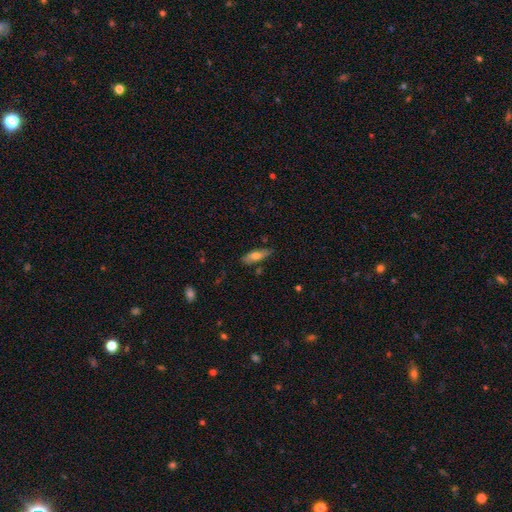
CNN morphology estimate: A smooth galaxy with no disk features (67%) that is in between round and cigar-shaped (55%). Merging: none (75%).